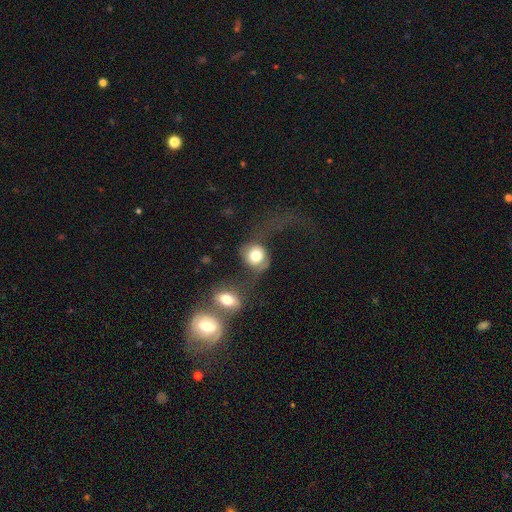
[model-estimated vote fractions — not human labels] The model was most divided on "merging": major disturbance: 30%, none: 29%, merger: 28%, minor disturbance: 14%. More confident: how rounded — round (79%); smooth or featured — smooth (65%).